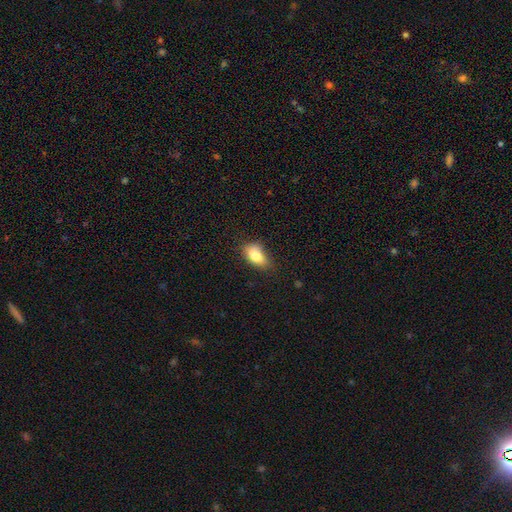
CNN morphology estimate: This is clearly a smooth galaxy (80%). How rounded: clearly in between (88%). Merging: likely none (69%).